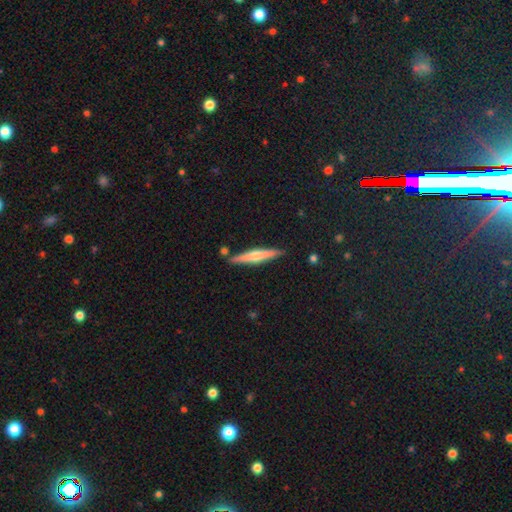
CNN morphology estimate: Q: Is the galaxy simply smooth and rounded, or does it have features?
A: featured or disk — 58%.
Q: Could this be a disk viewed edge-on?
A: yes — 97%.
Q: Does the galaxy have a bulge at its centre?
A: rounded — 78%.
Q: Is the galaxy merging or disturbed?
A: none — 87%.